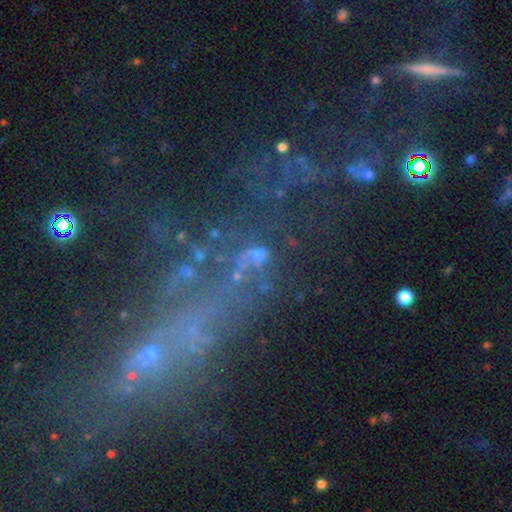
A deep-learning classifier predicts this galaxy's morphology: type=star or artifact (42%).